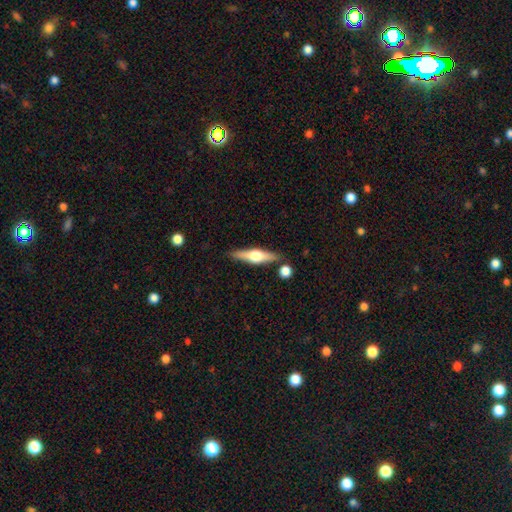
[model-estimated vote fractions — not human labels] A featured or disk galaxy (61%) viewed edge-on (96%) with a rounded central bulge (93%).

Vote fractions:
- Smooth or featured? featured or disk: 61% / smooth: 33% / star or artifact: 6%
- Edge-on disk? yes: 96% / no: 4%
- Edge-on bulge? rounded: 93% / boxy: 5% / none: 2%
- Merging? none: 82% / minor disturbance: 9% / merger: 6% / major disturbance: 2%